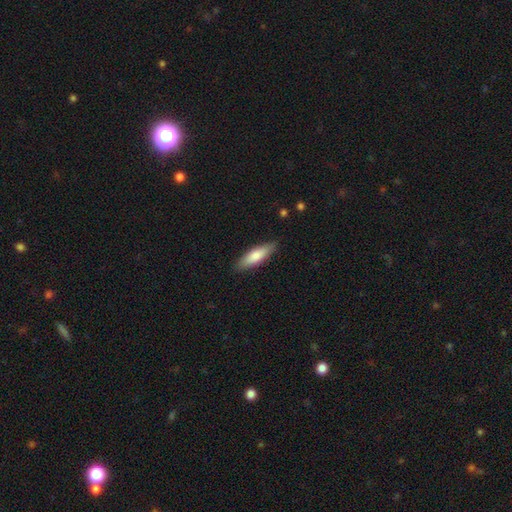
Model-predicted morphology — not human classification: This appears to be a smooth galaxy with no disk features (74%) that is cigar-shaped (56%). Merging: none (87%).